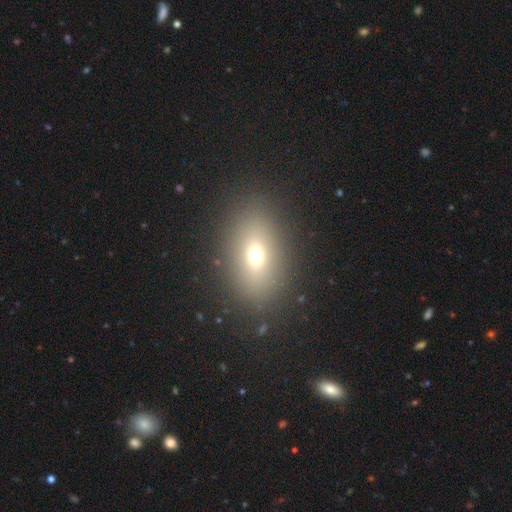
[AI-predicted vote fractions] Smooth or featured? smooth (67%)
How rounded? in between (77%)
Merging? none (86%)